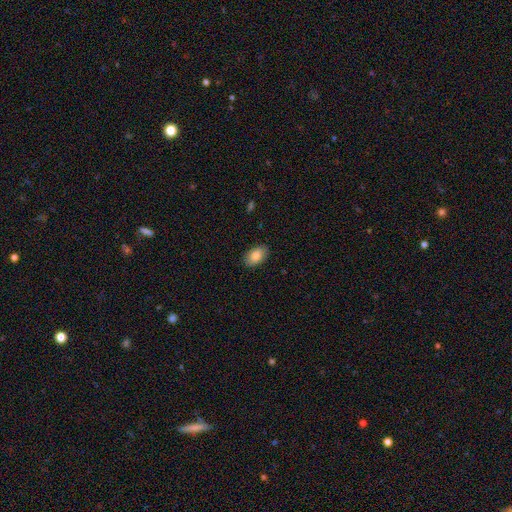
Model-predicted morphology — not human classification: A smooth galaxy with no disk features (83%) that is in between round and cigar-shaped (92%). Merging: none (87%).